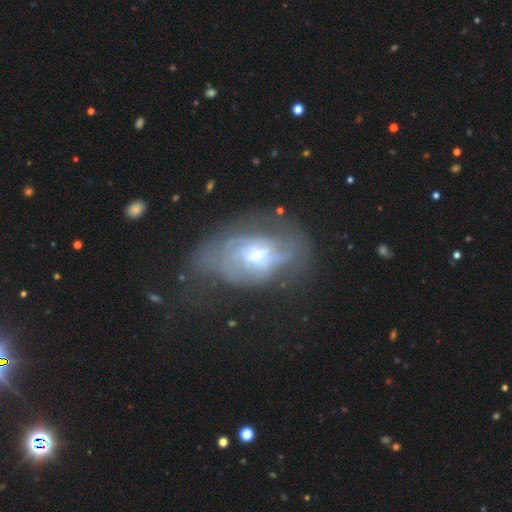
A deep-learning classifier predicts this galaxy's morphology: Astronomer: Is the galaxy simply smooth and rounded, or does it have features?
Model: featured or disk — 65%.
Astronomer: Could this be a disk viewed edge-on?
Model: no — 94%.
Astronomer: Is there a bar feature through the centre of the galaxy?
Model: no — 62%.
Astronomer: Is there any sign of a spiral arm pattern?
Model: yes — 54% (runner-up: no, 46%).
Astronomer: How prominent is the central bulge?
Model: small — 53% (runner-up: moderate, 36%).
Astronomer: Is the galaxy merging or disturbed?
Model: major disturbance — 40% (runner-up: none, 32%).